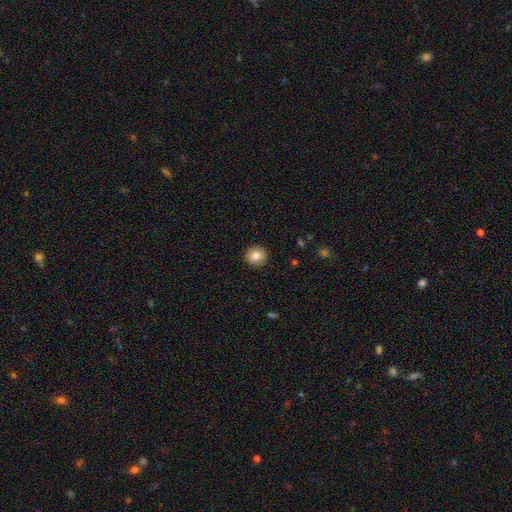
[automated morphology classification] A smooth galaxy with no disk features (85%) that is round (92%). Merging: none (92%).